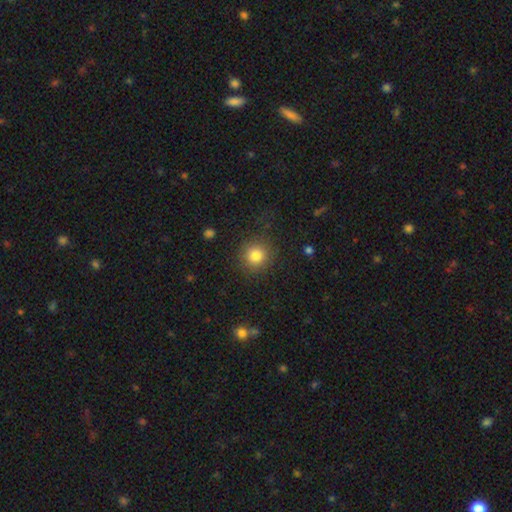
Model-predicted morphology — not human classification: The model was most divided on "smooth or featured": smooth: 82%, star or artifact: 12%, featured or disk: 7%. More confident: how rounded — round (92%); merging — none (87%).